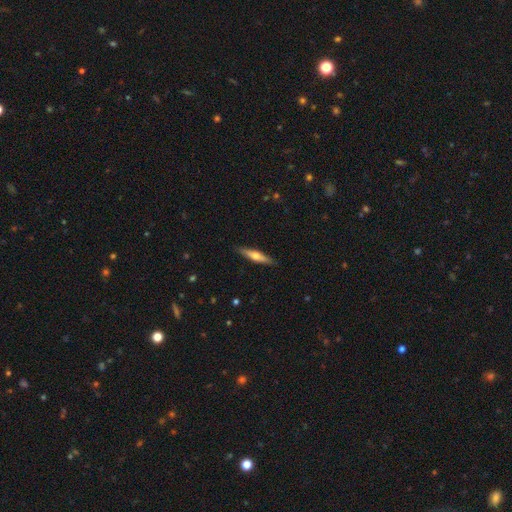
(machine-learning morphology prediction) type=featured or disk (48%); merging=none (89%).